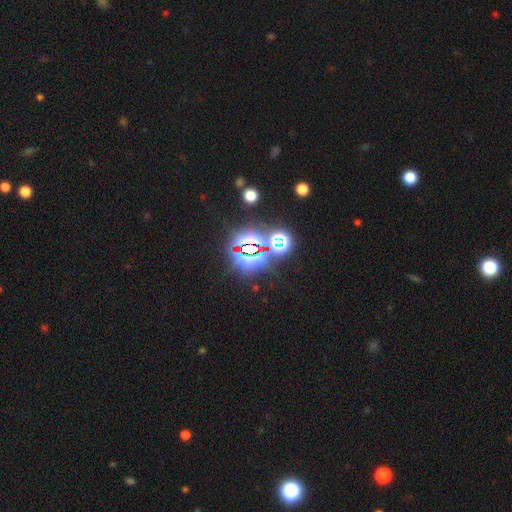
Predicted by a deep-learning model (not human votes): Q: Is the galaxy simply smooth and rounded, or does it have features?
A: star or artifact — 78%.